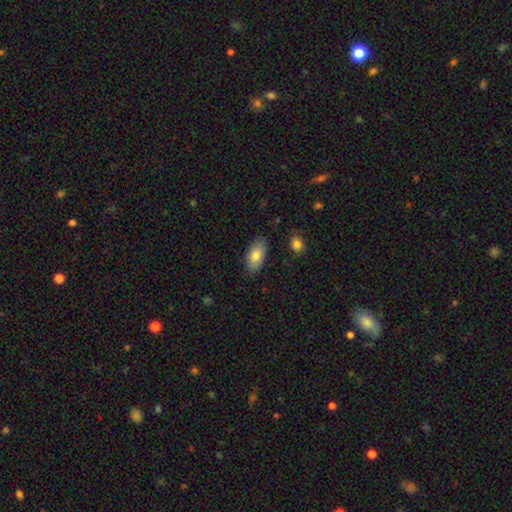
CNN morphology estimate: Smooth or featured? Predicted: smooth (p=0.83). How rounded? Predicted: in between (p=0.92). Merging? Predicted: none (p=0.81).